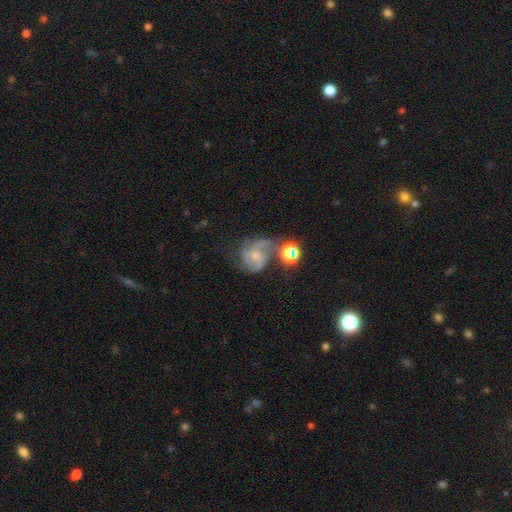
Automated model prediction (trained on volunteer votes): The model was most divided on "spiral arm count": 3: 47%, 2: 25%, can't tell: 13%, 4: 7%, 1: 5%, more than 4: 4%. Remaining: edge-on disk — no (98%); spiral arms — yes (95%); smooth or featured — featured or disk (77%); bar — no (61%); bulge size — small (59%); spiral winding — medium (53%); merging — none (46%).